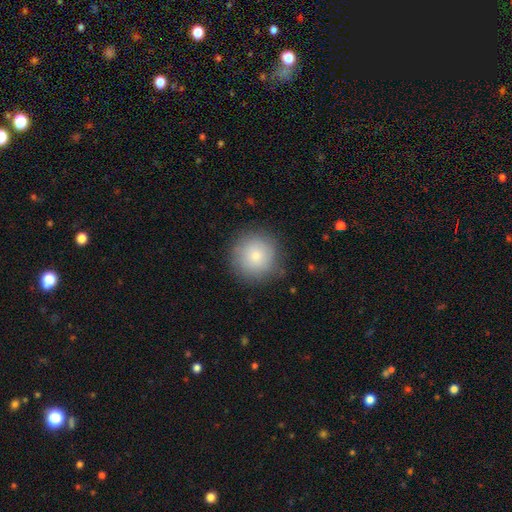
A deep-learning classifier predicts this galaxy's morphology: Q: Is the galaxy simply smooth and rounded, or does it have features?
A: smooth — 81%.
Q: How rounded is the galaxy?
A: round — 95%.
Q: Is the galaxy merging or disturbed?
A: none — 83%.